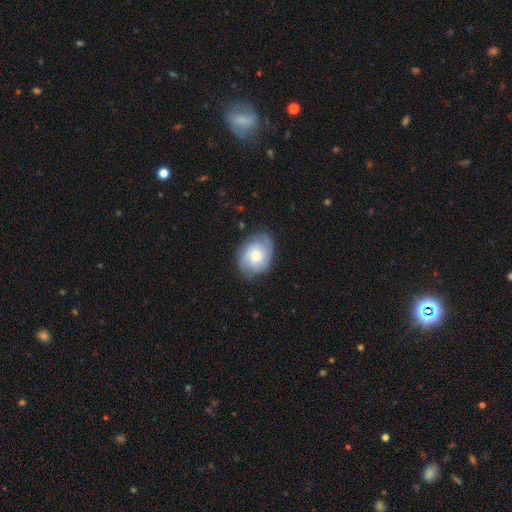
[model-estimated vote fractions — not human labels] This appears to be a smooth galaxy with no disk features (47%). Merging: none (69%).